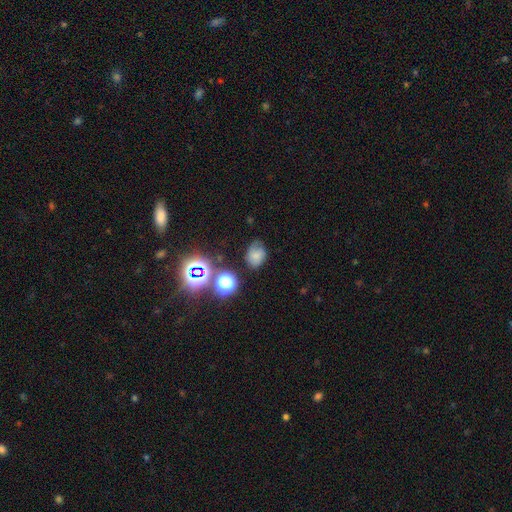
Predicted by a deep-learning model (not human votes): This appears to be a smooth galaxy with no disk features (62%) that is in between round and cigar-shaped (56%). Merging: none (63%).